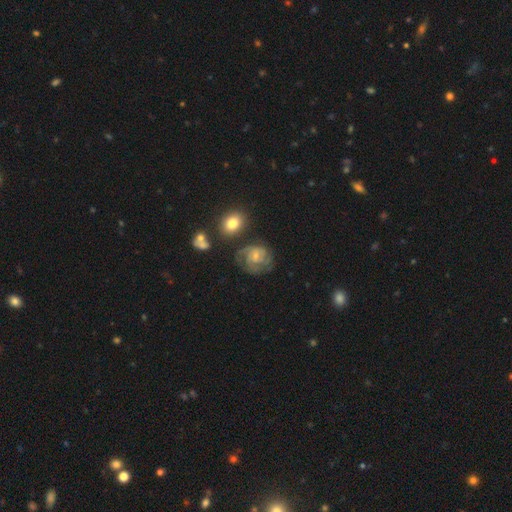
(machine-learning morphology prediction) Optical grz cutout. It shows a featured or disk galaxy (75%) with no bar (61%), 2 (31%) tight (56%) spiral arms (91%) and a small central bulge (61%). Merging: none (60%).